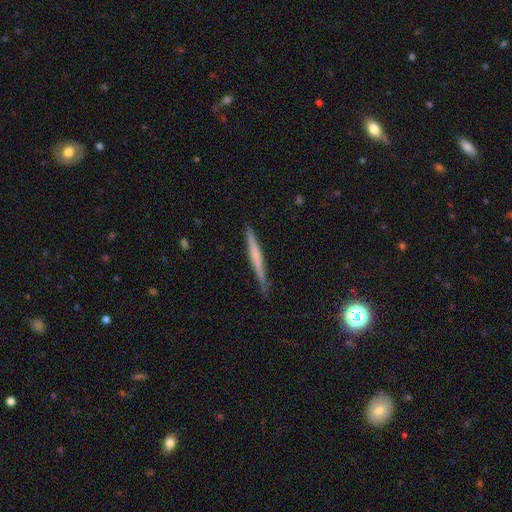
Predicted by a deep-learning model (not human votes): Q: Smooth or featured?
A: featured or disk (54%); runner-up: smooth (40%)
Q: Edge-on disk?
A: yes (97%); runner-up: no (3%)
Q: Edge-on bulge?
A: none (59%); runner-up: rounded (26%)
Q: Merging?
A: none (86%); runner-up: minor disturbance (10%)